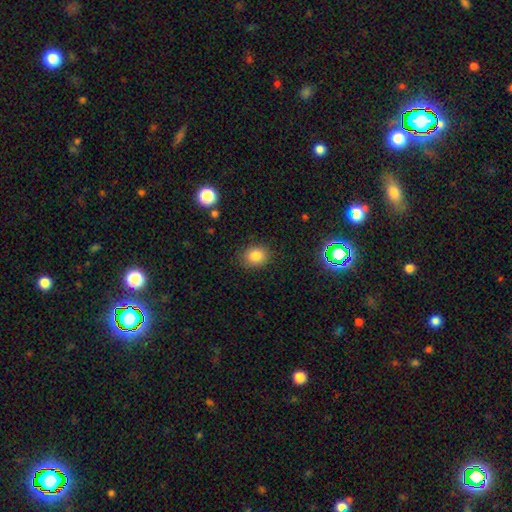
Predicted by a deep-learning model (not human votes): Smooth or featured? Predicted: smooth (p=0.83). How rounded? Predicted: round (p=0.57). Merging? Predicted: none (p=0.84).